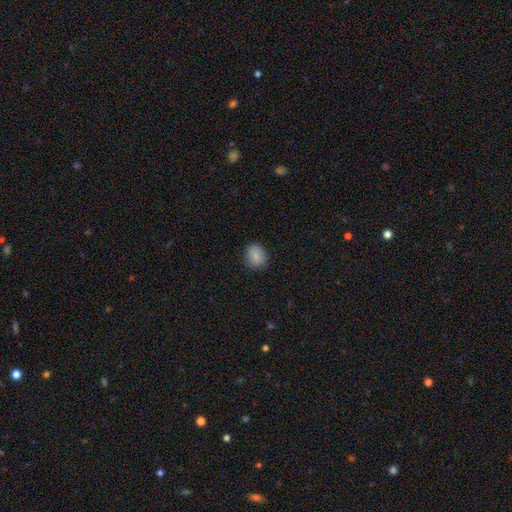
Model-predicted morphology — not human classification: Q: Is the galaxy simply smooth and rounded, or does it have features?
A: smooth — 83%.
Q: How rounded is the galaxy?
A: round — 68%.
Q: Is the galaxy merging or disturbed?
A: none — 84%.